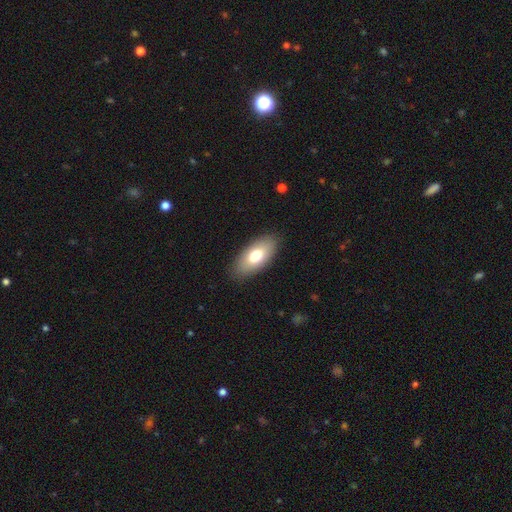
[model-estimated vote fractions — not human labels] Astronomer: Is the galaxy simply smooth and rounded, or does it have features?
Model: smooth — 75%.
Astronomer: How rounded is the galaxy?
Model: in between — 90%.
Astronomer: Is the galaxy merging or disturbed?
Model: none — 86%.